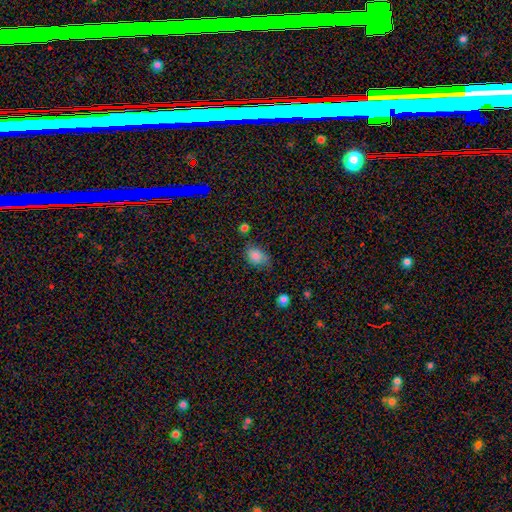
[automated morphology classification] Q: Smooth or featured?
A: smooth (82%); runner-up: star or artifact (10%)
Q: How rounded?
A: in between (82%); runner-up: round (16%)
Q: Merging?
A: none (58%); runner-up: minor disturbance (30%)